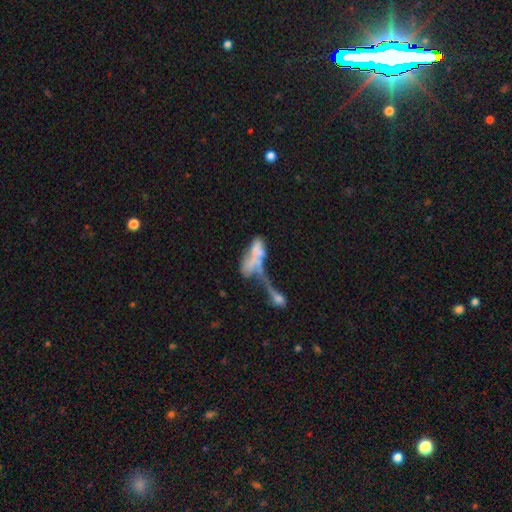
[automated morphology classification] Q: Smooth or featured?
A: smooth (46%); runner-up: featured or disk (41%)
Q: Merging?
A: merger (64%); runner-up: major disturbance (18%)